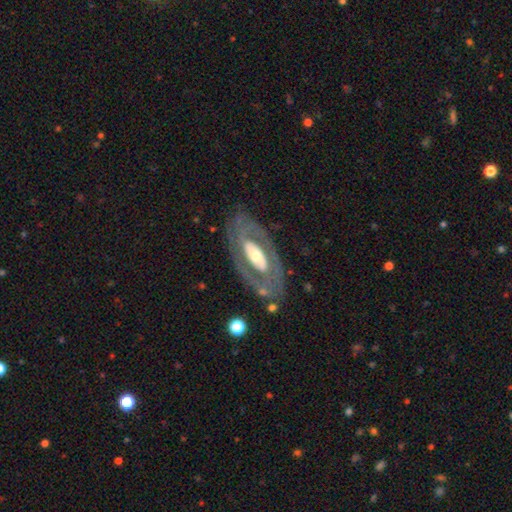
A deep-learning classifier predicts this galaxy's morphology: This is likely a featured or disk galaxy (76%). It is clearly not viewed edge-on (89%). Bar: possibly no (58%). Spiral arm pattern: possibly yes (52%). Central bulge: possibly moderate (52%). Merging: likely none (74%).